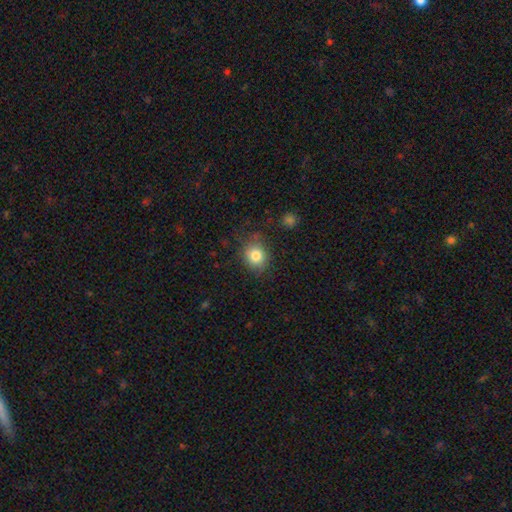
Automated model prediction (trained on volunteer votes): The model was most divided on "how rounded": round: 77%, in between: 22%, cigar-shaped: 1%. More confident: smooth or featured — smooth (82%); merging — none (80%).